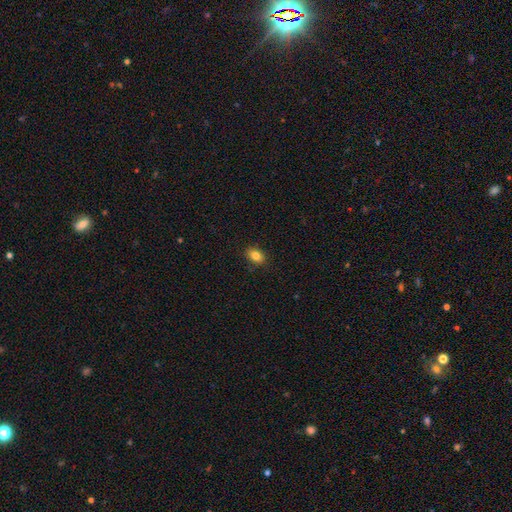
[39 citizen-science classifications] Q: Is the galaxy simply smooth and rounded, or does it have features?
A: smooth — 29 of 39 (74%).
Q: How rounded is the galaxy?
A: in between — 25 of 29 (86%).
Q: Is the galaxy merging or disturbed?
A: none — 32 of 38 (84%).